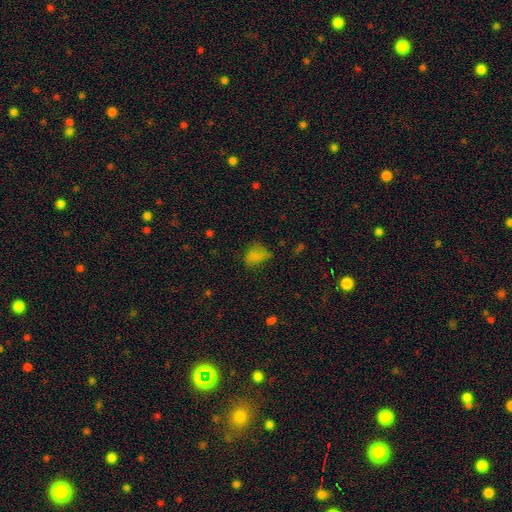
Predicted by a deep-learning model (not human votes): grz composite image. It shows a smooth galaxy with no disk features (70%) that is in between round and cigar-shaped (70%). Merging: none (46%).